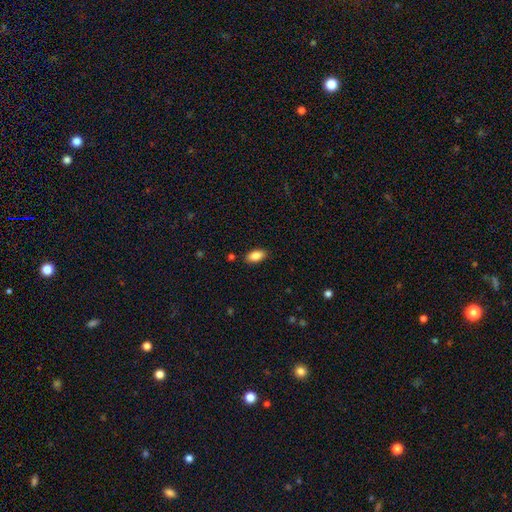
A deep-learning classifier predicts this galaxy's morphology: A smooth galaxy with no disk features (86%) that is in between round and cigar-shaped (91%).

Vote fractions:
- Smooth or featured? smooth: 86% / star or artifact: 7% / featured or disk: 6%
- How rounded? in between: 91% / cigar-shaped: 6% / round: 4%
- Merging? none: 86% / minor disturbance: 10% / major disturbance: 2% / merger: 2%